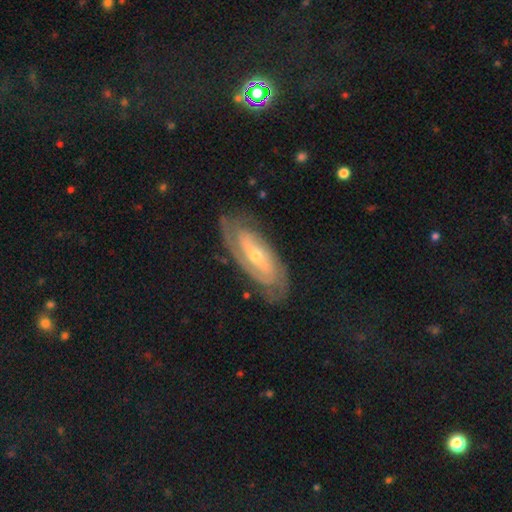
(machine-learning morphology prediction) Smooth or featured? Predicted: featured or disk (p=0.84). Edge-on disk? Predicted: no (p=0.90). Bar? Predicted: no (p=0.50). Spiral arms? Predicted: yes (p=0.91). Spiral winding? Predicted: tight (p=0.69). Spiral arm count? Predicted: 2 (p=0.58). Bulge size? Predicted: small (p=0.55). Merging? Predicted: none (p=0.78).